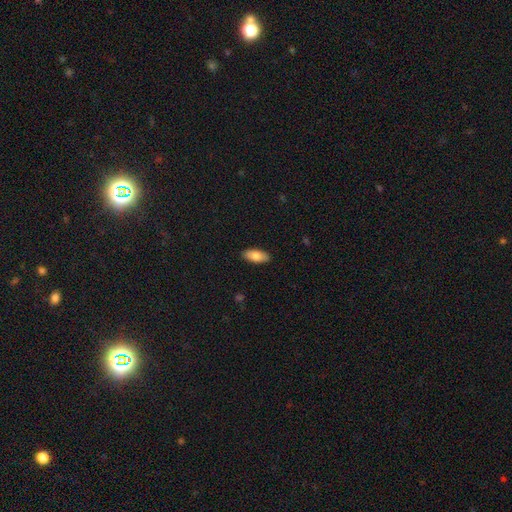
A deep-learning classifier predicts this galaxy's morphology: Q: Smooth or featured?
A: smooth (79%); runner-up: featured or disk (15%)
Q: How rounded?
A: in between (87%); runner-up: cigar-shaped (11%)
Q: Merging?
A: none (89%); runner-up: minor disturbance (8%)